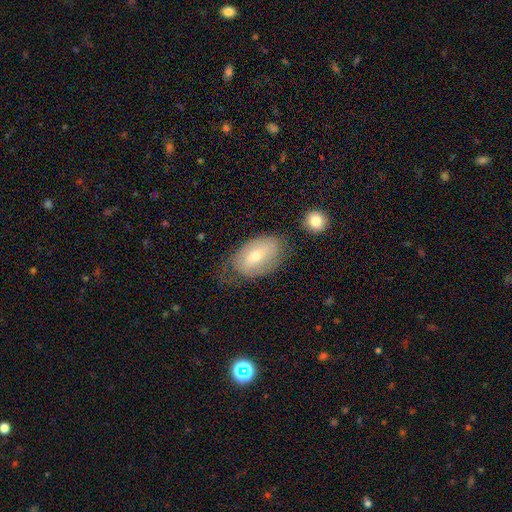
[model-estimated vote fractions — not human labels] Q: Smooth or featured?
A: featured or disk (48%); runner-up: smooth (45%)
Q: Merging?
A: none (54%); runner-up: minor disturbance (27%)